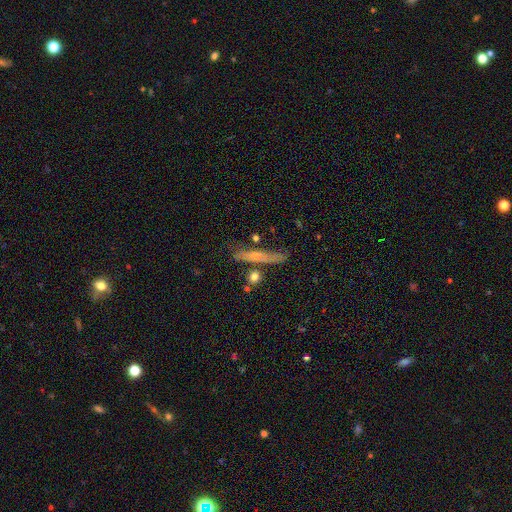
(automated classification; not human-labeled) A featured or disk galaxy (48%).

Vote fractions:
- Smooth or featured? featured or disk: 48% / smooth: 41% / star or artifact: 10%
- Merging? none: 66% / minor disturbance: 19% / merger: 8% / major disturbance: 7%